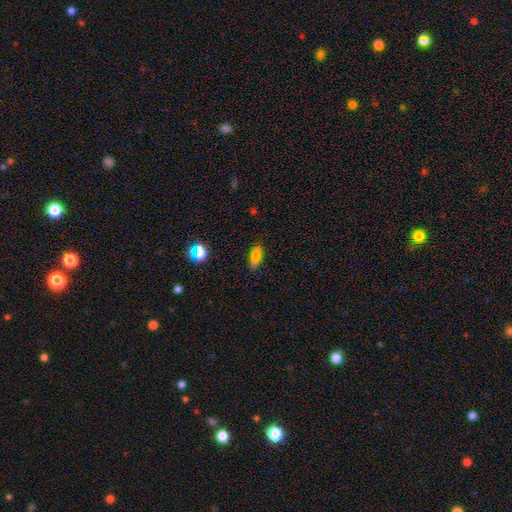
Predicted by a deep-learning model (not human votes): Smooth or featured? Predicted: smooth (p=0.75). How rounded? Predicted: in between (p=0.80). Merging? Predicted: none (p=0.67).